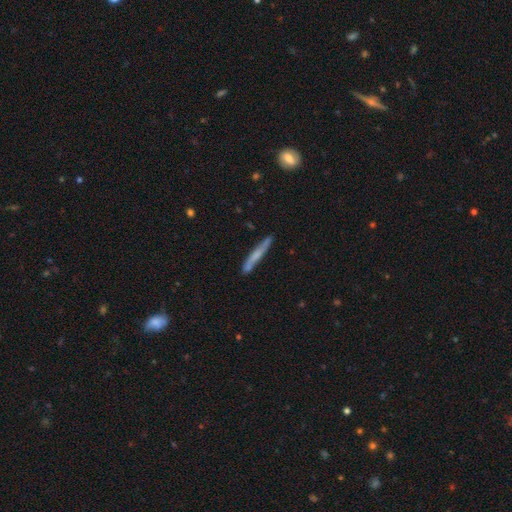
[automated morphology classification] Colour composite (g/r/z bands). It shows a smooth galaxy with no disk features (48%). Merging: none (81%).